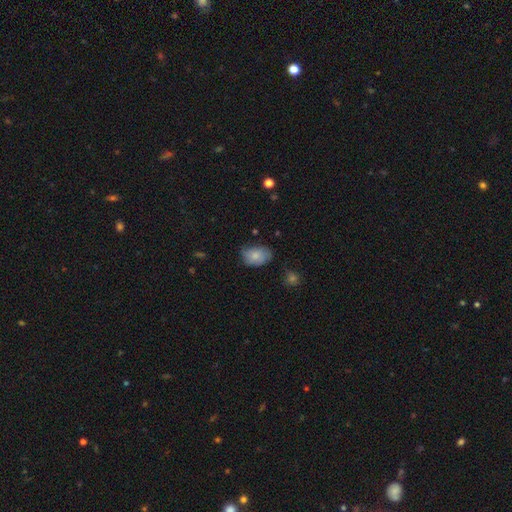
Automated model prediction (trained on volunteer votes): Smooth or featured?
  - smooth: 79% *
  - featured or disk: 14%
  - star or artifact: 7%
How rounded?
  - in between: 83% *
  - round: 16%
  - cigar-shaped: 1%
Merging?
  - none: 59% *
  - minor disturbance: 32%
  - major disturbance: 7%
  - merger: 2%